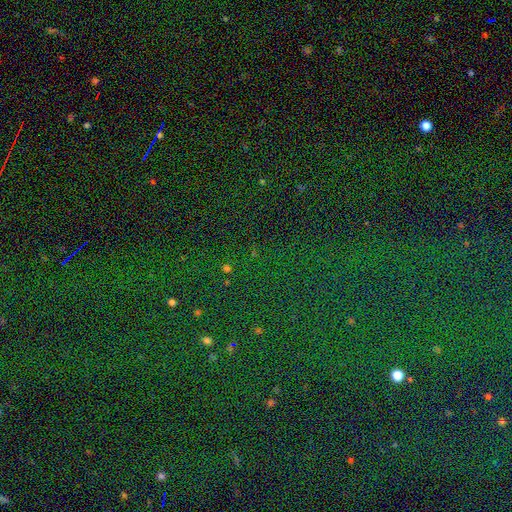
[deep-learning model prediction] This appears to be a star or artifact, not a galaxy (84%).